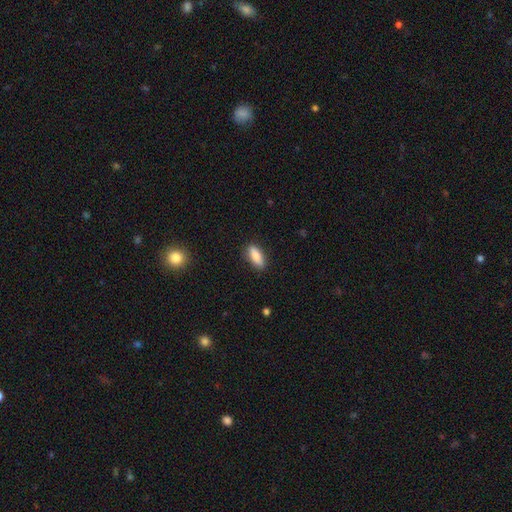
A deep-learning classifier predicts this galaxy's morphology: The model was most divided on "how rounded": in between: 71%, cigar-shaped: 26%, round: 3%. More confident: merging — none (86%); smooth or featured — smooth (81%).